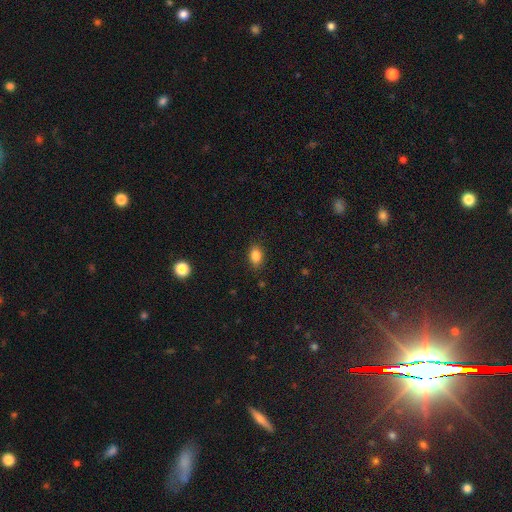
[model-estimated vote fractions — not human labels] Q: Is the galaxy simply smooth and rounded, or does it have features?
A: smooth — 85%.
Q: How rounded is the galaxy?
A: in between — 80%.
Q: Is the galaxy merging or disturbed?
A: none — 87%.